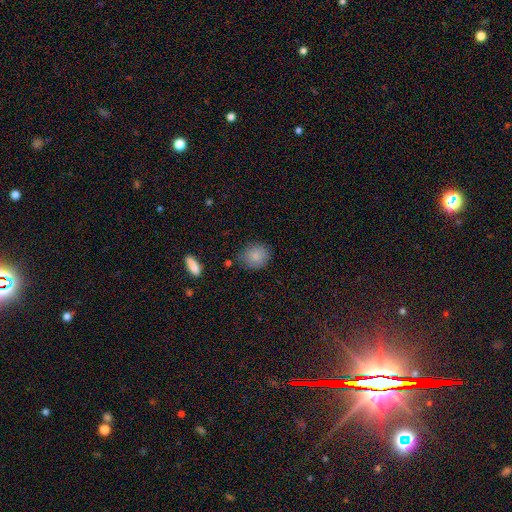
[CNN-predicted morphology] This is clearly a smooth galaxy (85%). How rounded: likely round (70%). Merging: likely none (76%).